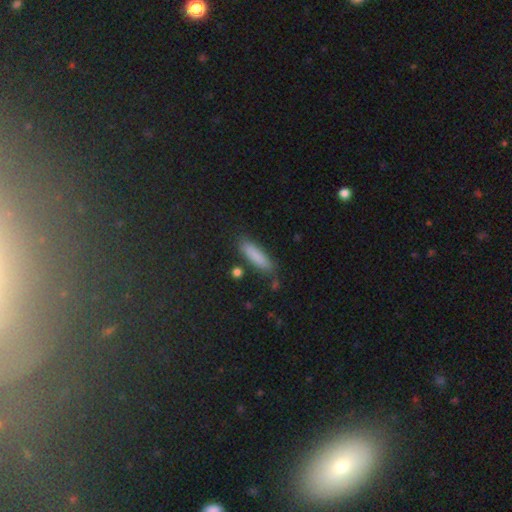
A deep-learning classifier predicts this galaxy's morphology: This is clearly a smooth galaxy (84%). How rounded: likely cigar-shaped (73%). Merging: likely none (80%).